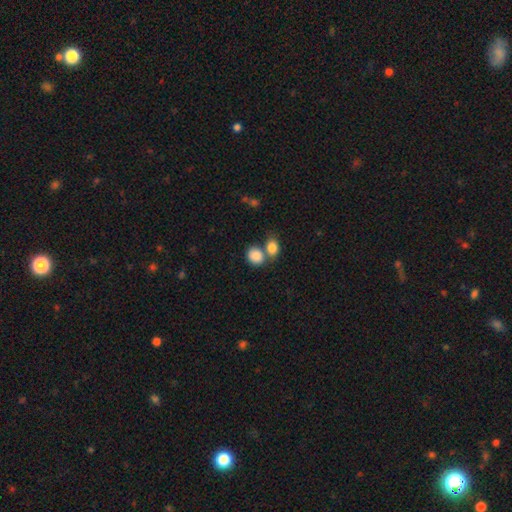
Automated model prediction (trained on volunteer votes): smooth 86%, star or artifact 8%, featured or disk 6%. Down the decision tree: how rounded — round (57%); merging — merger (46%).